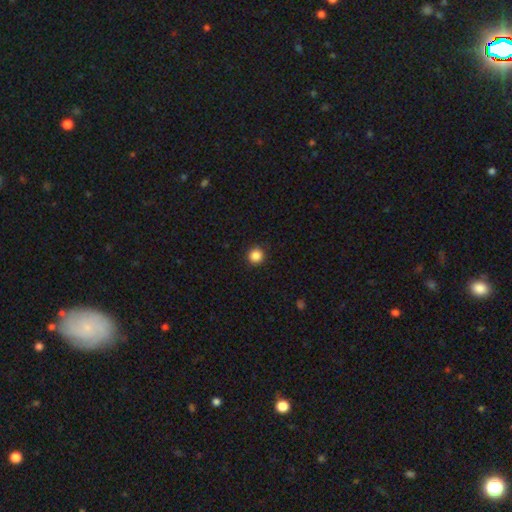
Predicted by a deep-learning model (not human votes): This is clearly a smooth galaxy (86%). How rounded: clearly round (94%). Merging: clearly none (92%).